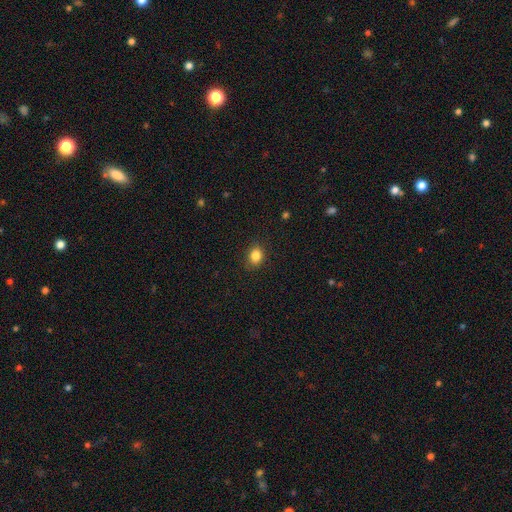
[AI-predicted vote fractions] smooth-or-featured: smooth: 84% | star or artifact: 10% | featured or disk: 5%
  how-rounded: round: 52% | in between: 47% | cigar-shaped: 1%
  merging: none: 87% | minor disturbance: 10% | major disturbance: 2% | merger: 1%